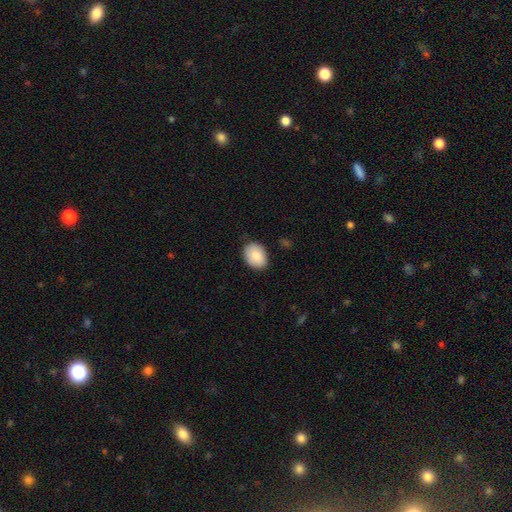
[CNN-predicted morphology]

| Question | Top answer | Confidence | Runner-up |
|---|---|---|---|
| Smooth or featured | smooth | 87% | star or artifact (6%) |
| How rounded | in between | 76% | round (23%) |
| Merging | none | 83% | minor disturbance (14%) |